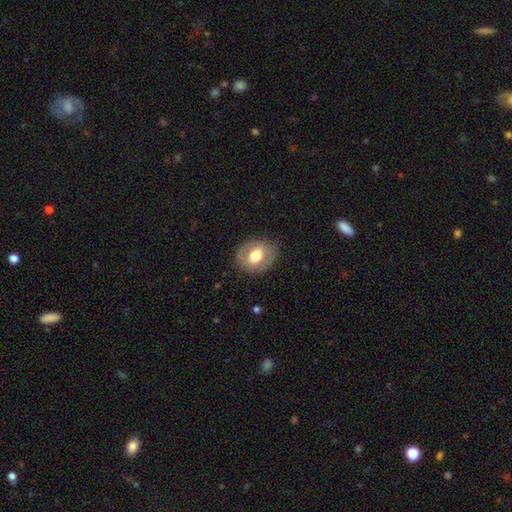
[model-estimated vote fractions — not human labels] smooth-or-featured: smooth: 50% | featured or disk: 43% | star or artifact: 7%
  merging: none: 79% | minor disturbance: 14% | major disturbance: 6% | merger: 1%